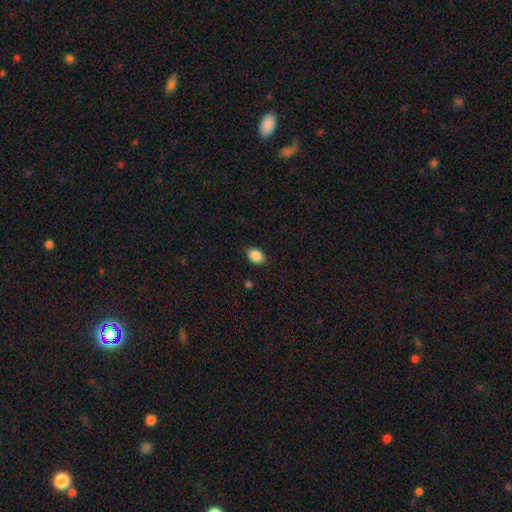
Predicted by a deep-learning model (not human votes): Morphology: type=smooth (88%); roundness=in between (82%); merging=none (87%).